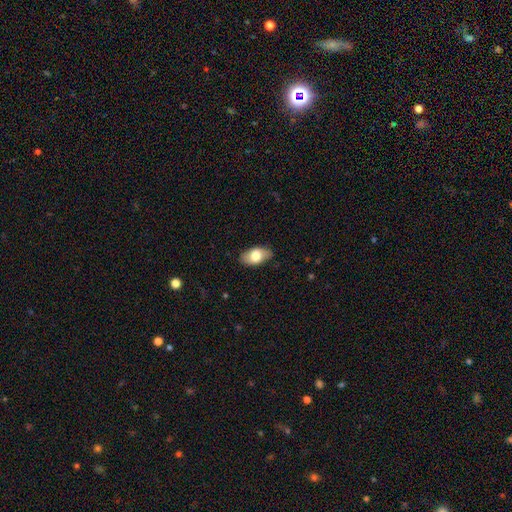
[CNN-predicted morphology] This appears to be a smooth galaxy with no disk features (75%) that is in between round and cigar-shaped (93%). Merging: none (84%).